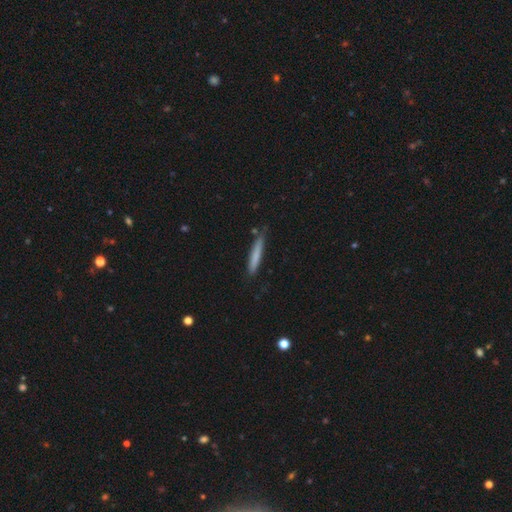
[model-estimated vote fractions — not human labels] smooth-or-featured: smooth: 76% | featured or disk: 18% | star or artifact: 6%
  how-rounded: cigar-shaped: 95% | in between: 4% | round: 1%
  merging: none: 81% | minor disturbance: 14% | merger: 3% | major disturbance: 2%